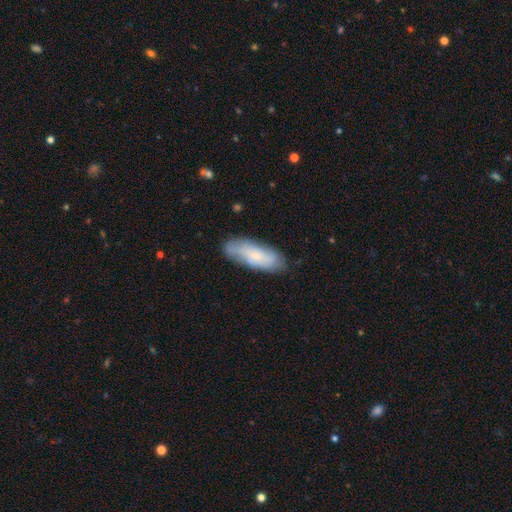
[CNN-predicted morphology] Q: Smooth or featured?
A: smooth (62%); runner-up: featured or disk (31%)
Q: How rounded?
A: in between (66%); runner-up: cigar-shaped (33%)
Q: Merging?
A: none (72%); runner-up: minor disturbance (22%)